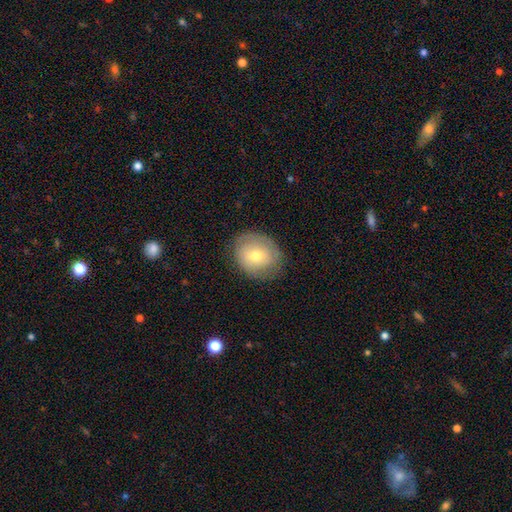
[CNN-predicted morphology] This appears to be a smooth galaxy with no disk features (57%) that is round (65%). Merging: none (78%).